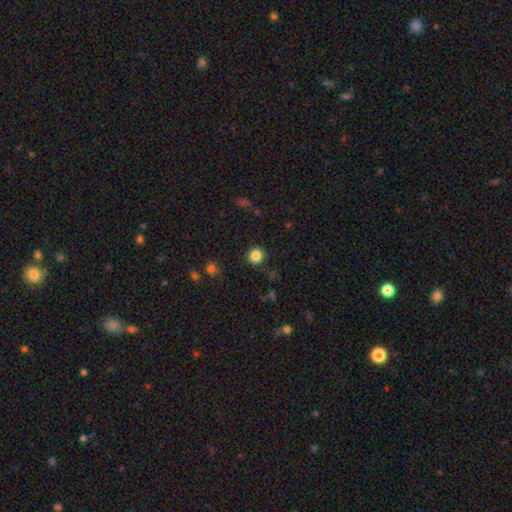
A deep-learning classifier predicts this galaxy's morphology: Smooth or featured? Predicted: smooth (p=0.84). How rounded? Predicted: round (p=0.92). Merging? Predicted: none (p=0.89).